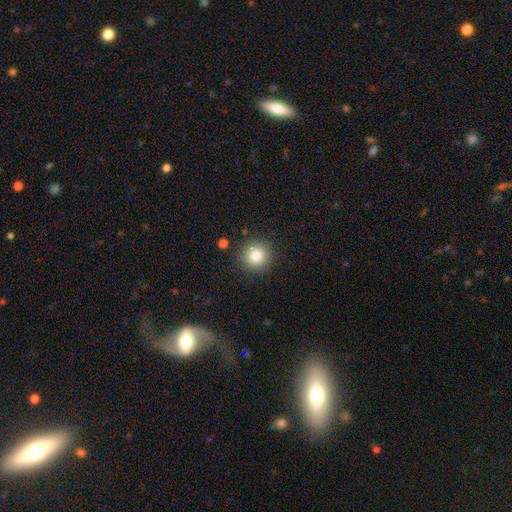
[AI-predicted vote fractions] The model was most divided on "smooth or featured": smooth: 81%, star or artifact: 11%, featured or disk: 8%. More confident: how rounded — round (94%); merging — none (89%).